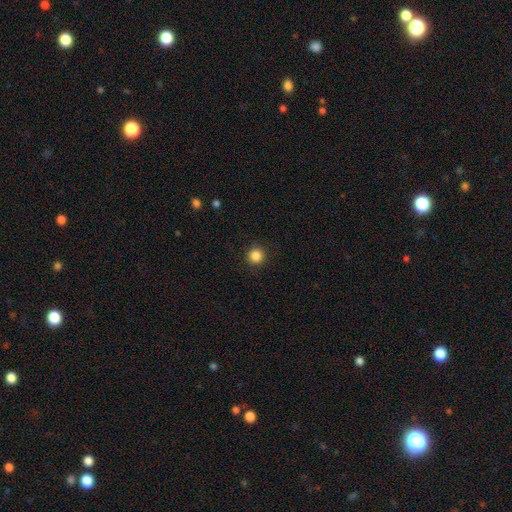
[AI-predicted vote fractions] A smooth galaxy with no disk features (86%) that is round (95%). Merging: none (91%).